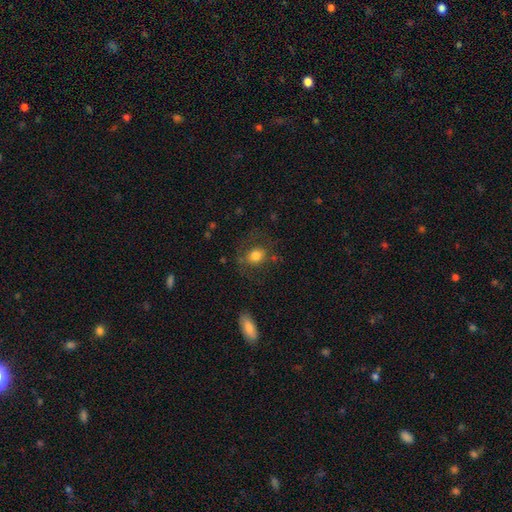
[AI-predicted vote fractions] Smooth or featured?
  - smooth: 75% *
  - featured or disk: 15%
  - star or artifact: 11%
How rounded?
  - round: 60% *
  - in between: 39%
  - cigar-shaped: 1%
Merging?
  - none: 68% *
  - minor disturbance: 18%
  - major disturbance: 12%
  - merger: 3%